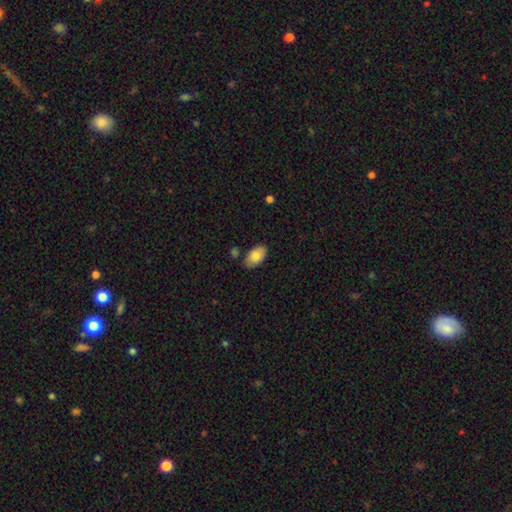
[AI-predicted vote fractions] Q: Smooth or featured?
A: smooth (82%); runner-up: featured or disk (12%)
Q: How rounded?
A: in between (94%); runner-up: round (4%)
Q: Merging?
A: none (80%); runner-up: minor disturbance (13%)